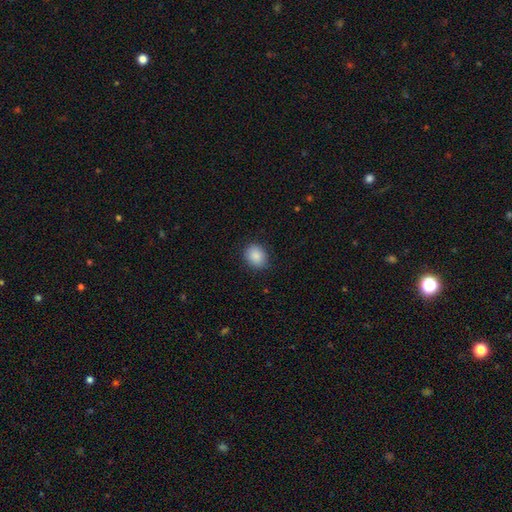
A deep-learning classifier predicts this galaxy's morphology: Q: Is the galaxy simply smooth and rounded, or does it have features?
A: smooth — 88%.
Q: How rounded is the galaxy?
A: round — 57%.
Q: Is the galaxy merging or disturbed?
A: none — 86%.